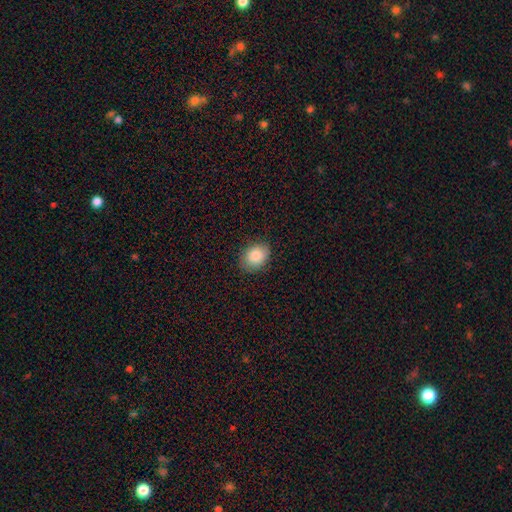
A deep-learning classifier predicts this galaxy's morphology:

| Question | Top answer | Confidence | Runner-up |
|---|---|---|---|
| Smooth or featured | smooth | 85% | star or artifact (8%) |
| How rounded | in between | 65% | round (34%) |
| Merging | none | 84% | minor disturbance (12%) |